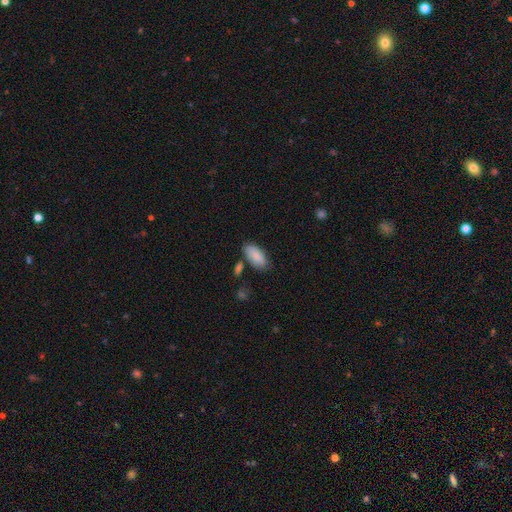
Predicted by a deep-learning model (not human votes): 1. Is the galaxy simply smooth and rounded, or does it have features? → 87% smooth, 7% featured or disk, 6% star or artifact.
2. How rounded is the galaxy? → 92% in between, 6% cigar-shaped, 2% round.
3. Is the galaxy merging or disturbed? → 73% none, 16% minor disturbance, 8% merger, 4% major disturbance.